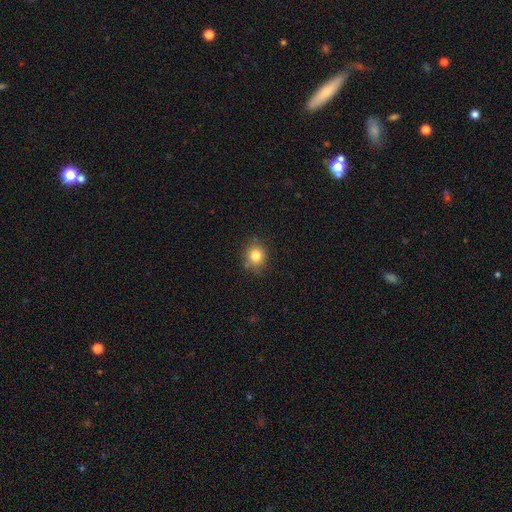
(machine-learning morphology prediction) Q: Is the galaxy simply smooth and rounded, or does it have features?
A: smooth — 82%.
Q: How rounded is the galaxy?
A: round — 81%.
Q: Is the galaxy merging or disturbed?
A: none — 80%.